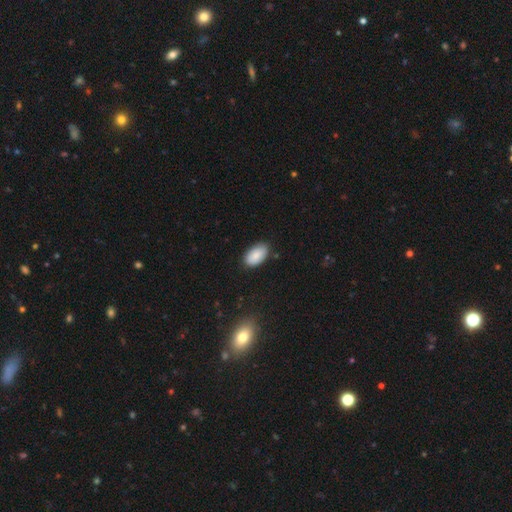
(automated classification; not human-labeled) A smooth galaxy with no disk features (87%) that is in between round and cigar-shaped (95%). Merging: none (81%).